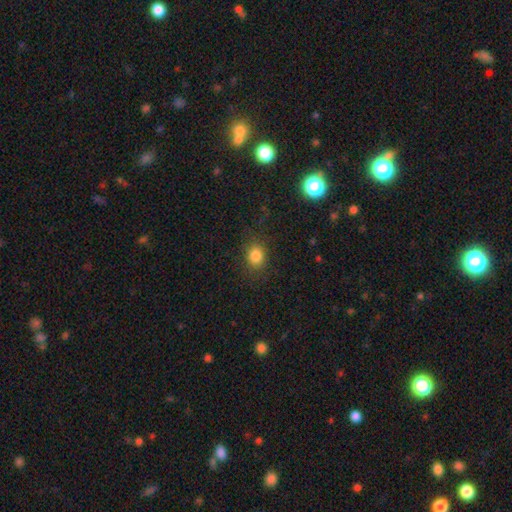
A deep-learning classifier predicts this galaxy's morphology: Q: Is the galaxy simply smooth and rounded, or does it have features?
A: smooth — 83%.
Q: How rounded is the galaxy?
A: round — 55%.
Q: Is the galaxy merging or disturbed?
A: none — 82%.